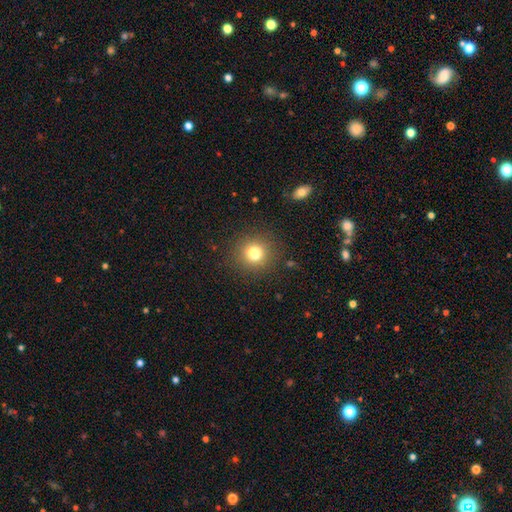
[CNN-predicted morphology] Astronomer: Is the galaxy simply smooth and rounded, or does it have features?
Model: smooth — 79%.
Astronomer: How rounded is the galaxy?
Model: round — 91%.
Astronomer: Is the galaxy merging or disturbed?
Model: none — 88%.